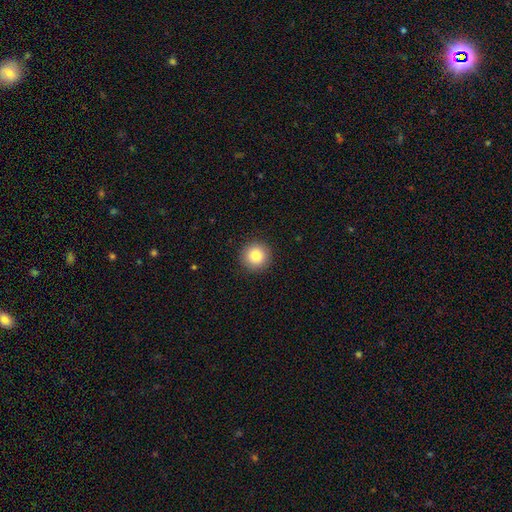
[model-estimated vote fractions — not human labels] Overall: smooth (84%). How rounded: round (95%). Merging: none (92%).